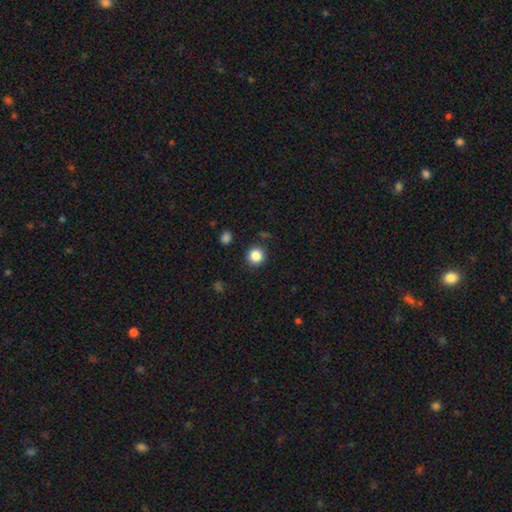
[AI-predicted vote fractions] smooth_or_featured: smooth (p=0.85) [alt: star or artifact p=0.11]
how_rounded: round (p=0.93) [alt: in between p=0.06]
merging: none (p=0.89) [alt: minor disturbance p=0.07]